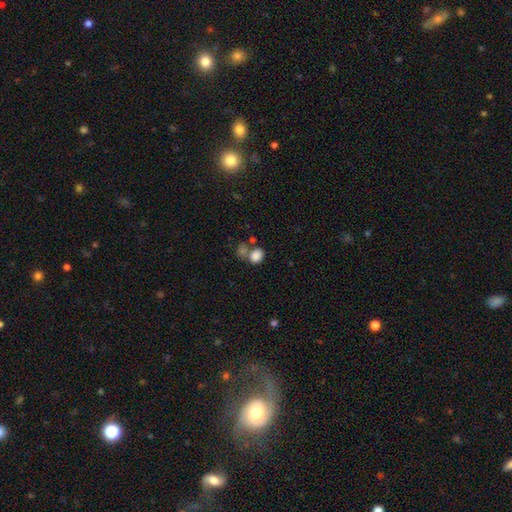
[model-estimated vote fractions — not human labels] The model was most divided on "how rounded": round: 50%, in between: 49%, cigar-shaped: 1%. Remaining: smooth or featured — smooth (83%); merging — none (44%).